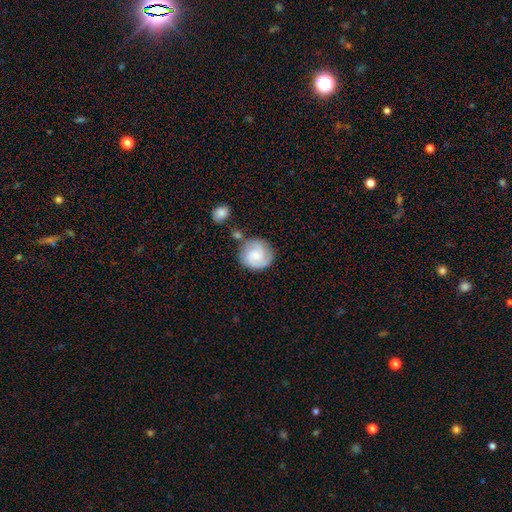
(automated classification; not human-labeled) The model was most divided on "spiral winding": tight: 47%, medium: 40%, loose: 13%. Remaining: edge-on disk — no (98%); spiral arms — yes (93%); merging — none (69%); spiral arm count — 2 (66%); smooth or featured — featured or disk (59%); bar — no (58%); bulge size — small (43%).